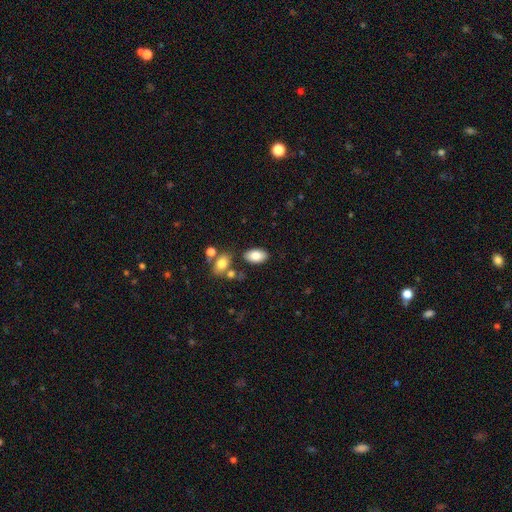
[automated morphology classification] A smooth galaxy with no disk features (82%) that is in between round and cigar-shaped (93%).

Vote fractions:
- Smooth or featured? smooth: 82% / featured or disk: 10% / star or artifact: 7%
- How rounded? in between: 93% / round: 5% / cigar-shaped: 2%
- Merging? none: 81% / minor disturbance: 10% / merger: 6% / major disturbance: 3%